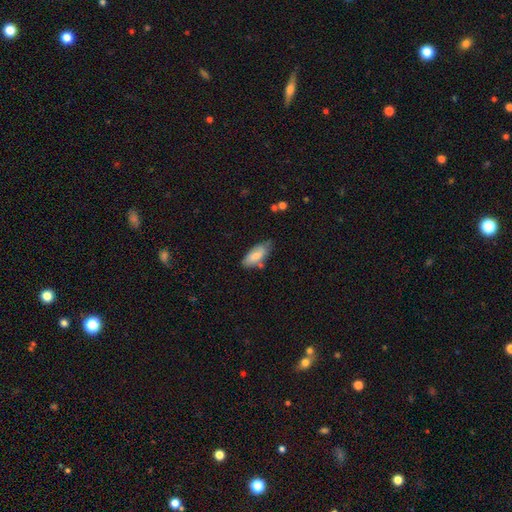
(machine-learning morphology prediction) Smooth or featured?
  - smooth: 77% *
  - featured or disk: 17%
  - star or artifact: 6%
How rounded?
  - in between: 84% *
  - cigar-shaped: 14%
  - round: 2%
Merging?
  - none: 61% *
  - minor disturbance: 29%
  - merger: 6%
  - major disturbance: 5%